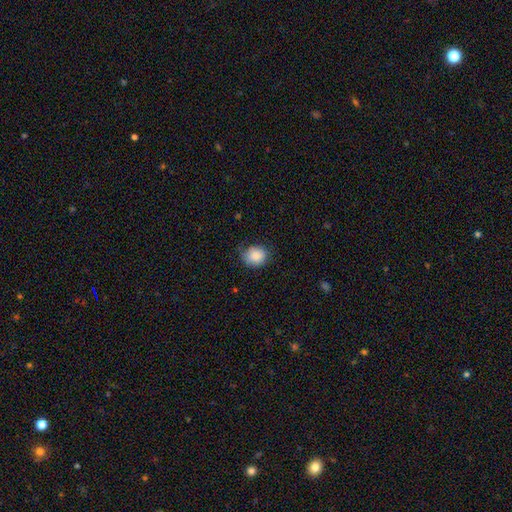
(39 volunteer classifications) Smooth or featured?
  - smooth: 90% *
  - star or artifact: 8%
  - featured or disk: 3%
How rounded?
  - round: 83% *
  - in between: 17%
  - cigar-shaped: 0%
Merging?
  - none: 81% *
  - minor disturbance: 11%
  - major disturbance: 6%
  - merger: 3%